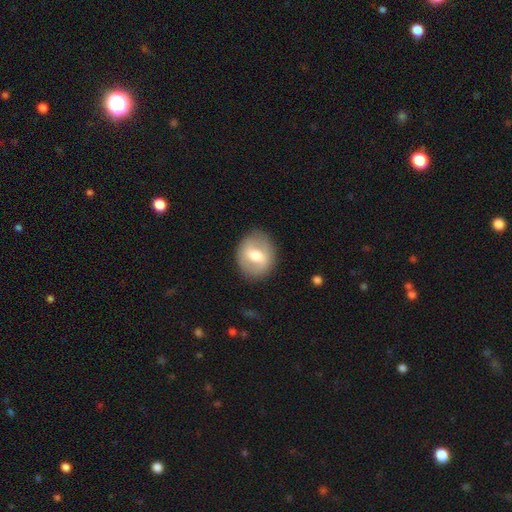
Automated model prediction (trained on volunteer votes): Smooth or featured?
  - smooth: 53% *
  - featured or disk: 41%
  - star or artifact: 7%
How rounded?
  - round: 59% *
  - in between: 39%
  - cigar-shaped: 1%
Merging?
  - none: 83% *
  - minor disturbance: 12%
  - major disturbance: 5%
  - merger: 1%